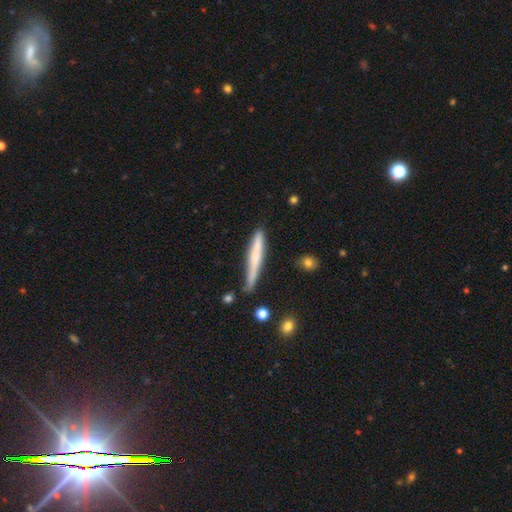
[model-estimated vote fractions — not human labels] Smooth or featured?
  - smooth: 58% *
  - featured or disk: 35%
  - star or artifact: 7%
How rounded?
  - cigar-shaped: 95% *
  - in between: 3%
  - round: 1%
Merging?
  - none: 72% *
  - minor disturbance: 20%
  - major disturbance: 4%
  - merger: 4%